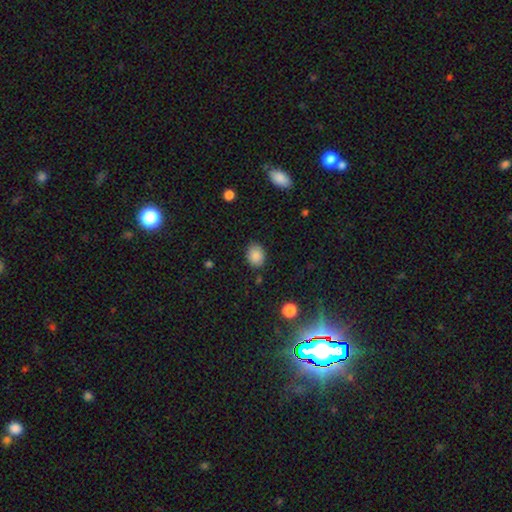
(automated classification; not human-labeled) smooth_or_featured: smooth (p=0.86) [alt: star or artifact p=0.09]
how_rounded: in between (p=0.57) [alt: round p=0.42]
merging: none (p=0.84) [alt: minor disturbance p=0.12]